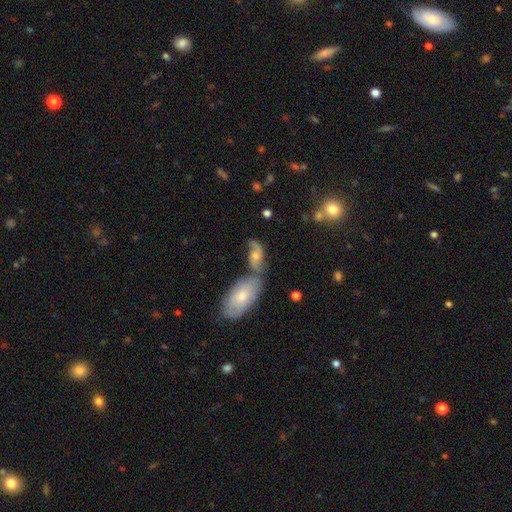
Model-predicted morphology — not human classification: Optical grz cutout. It shows a featured or disk galaxy (55%) with no bar (66%), spiral arms (85%) and a moderate central bulge (45%). Merging: merger (39%).